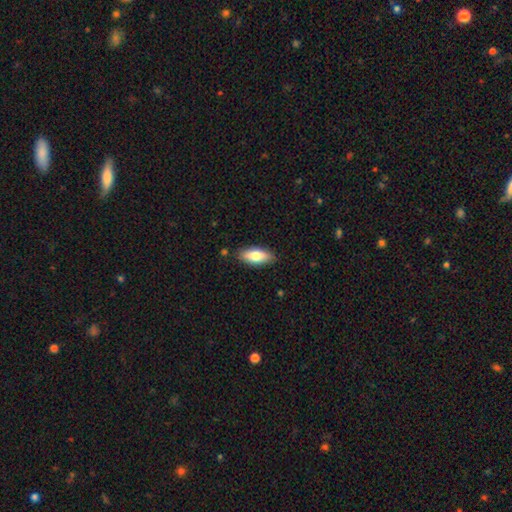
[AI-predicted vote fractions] This appears to be a smooth galaxy with no disk features (73%) that is in between round and cigar-shaped (80%). Merging: none (85%).